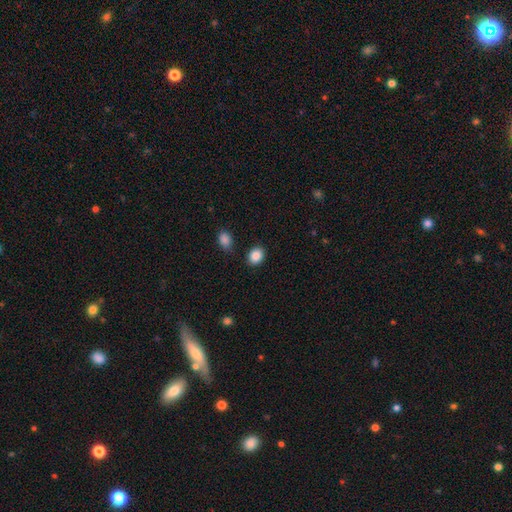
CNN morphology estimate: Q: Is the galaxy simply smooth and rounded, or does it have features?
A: smooth — 88%.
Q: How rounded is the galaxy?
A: in between — 54%.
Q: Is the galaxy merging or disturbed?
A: none — 84%.